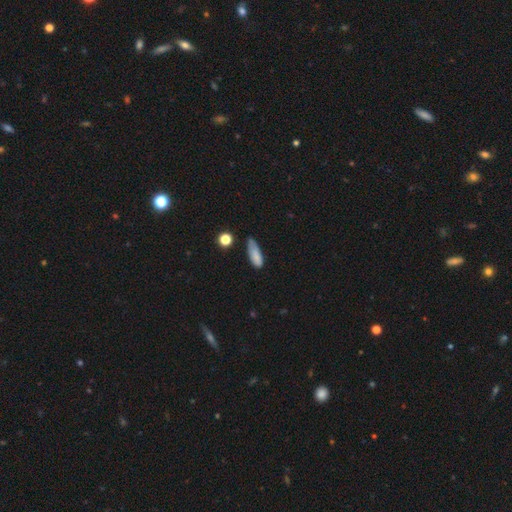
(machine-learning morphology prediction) type=smooth (79%); roundness=in between (63%); merging=none (48%).